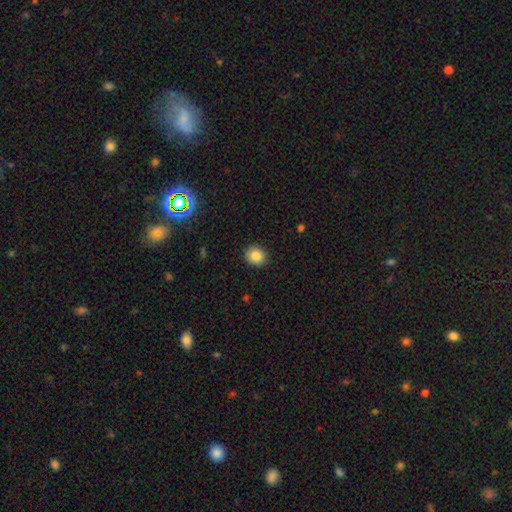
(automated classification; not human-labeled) Morphology: type=smooth (84%); roundness=round (72%); merging=none (91%).